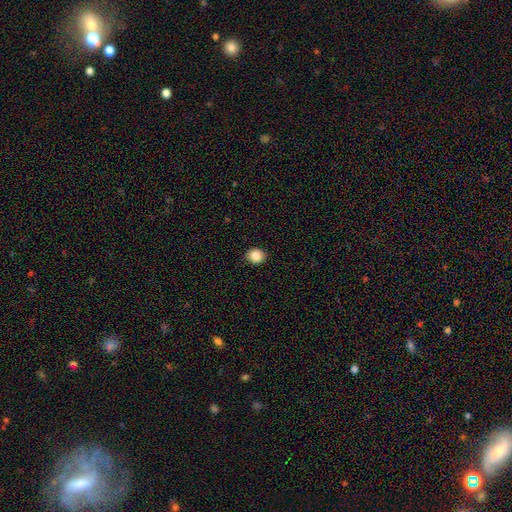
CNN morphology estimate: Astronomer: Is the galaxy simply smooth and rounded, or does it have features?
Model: smooth — 87%.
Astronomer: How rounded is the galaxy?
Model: round — 71%.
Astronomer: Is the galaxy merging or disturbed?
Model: none — 87%.